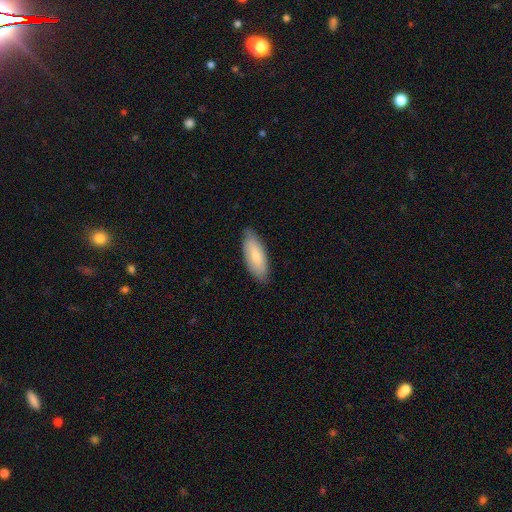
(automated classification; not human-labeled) This is likely a smooth galaxy (77%). How rounded: likely in between (78%). Merging: clearly none (82%).